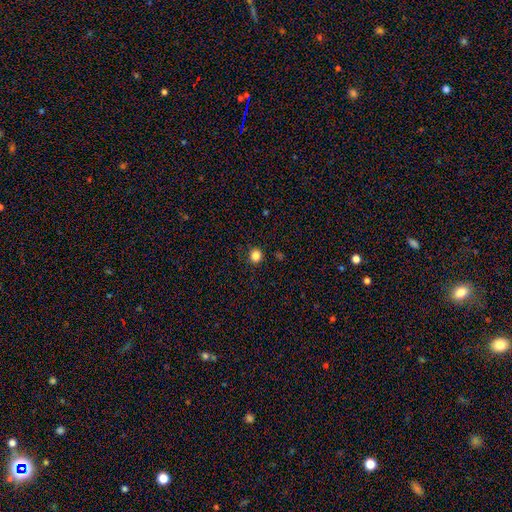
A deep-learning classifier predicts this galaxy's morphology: Smooth or featured?
  - smooth: 85% *
  - star or artifact: 12%
  - featured or disk: 3%
How rounded?
  - round: 88% *
  - in between: 11%
  - cigar-shaped: 1%
Merging?
  - none: 88% *
  - minor disturbance: 8%
  - major disturbance: 2%
  - merger: 1%